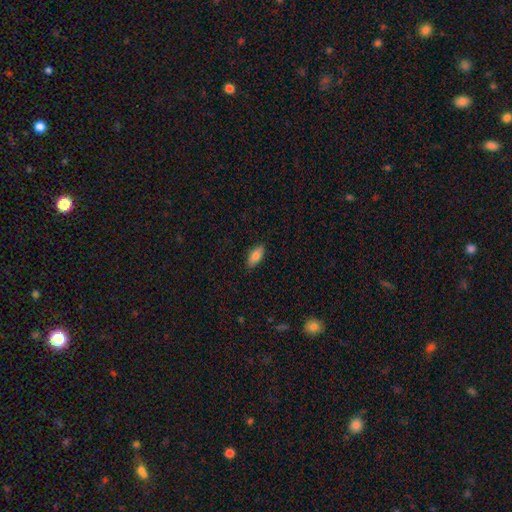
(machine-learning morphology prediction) The model was most divided on "smooth or featured": smooth: 80%, featured or disk: 14%, star or artifact: 7%. More confident: merging — none (87%); how rounded — in between (83%).